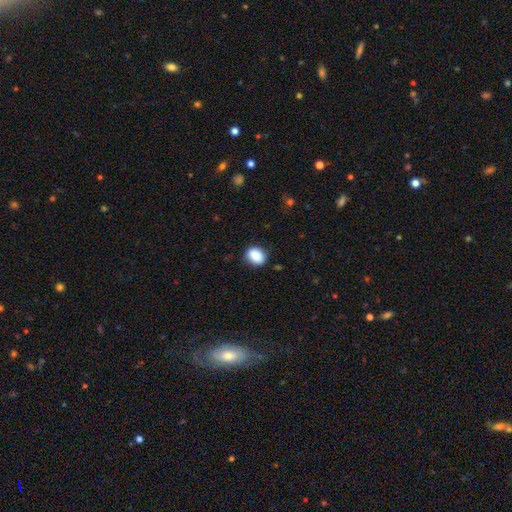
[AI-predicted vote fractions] Morphology: type=smooth (89%); roundness=in between (60%); merging=none (84%).